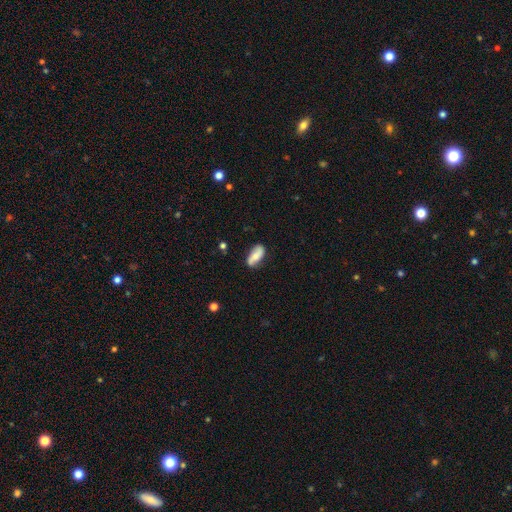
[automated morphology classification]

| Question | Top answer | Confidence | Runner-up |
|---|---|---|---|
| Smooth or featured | smooth | 53% | featured or disk (40%) |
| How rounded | in between | 82% | cigar-shaped (15%) |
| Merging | none | 77% | minor disturbance (17%) |